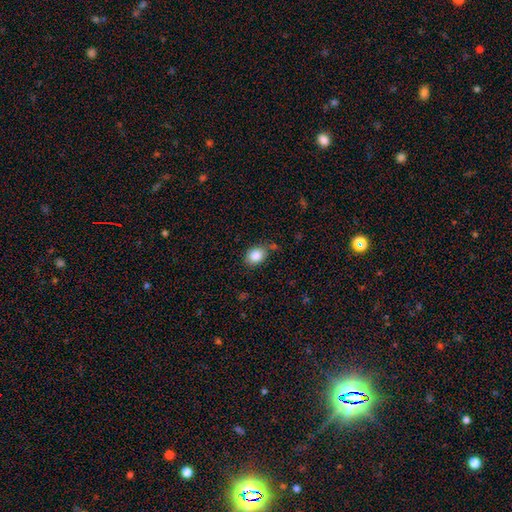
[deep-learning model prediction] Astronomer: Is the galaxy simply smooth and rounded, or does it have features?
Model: smooth — 85%.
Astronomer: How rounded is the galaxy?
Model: in between — 55% (runner-up: round, 44%).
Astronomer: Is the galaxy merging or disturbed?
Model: none — 76%.